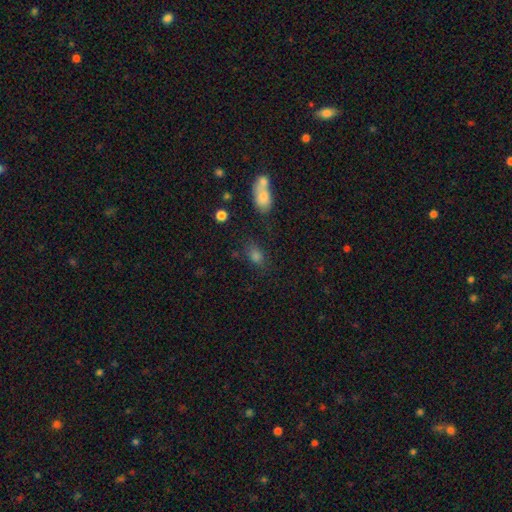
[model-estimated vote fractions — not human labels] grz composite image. It shows a smooth galaxy with no disk features (74%) that is in between round and cigar-shaped (75%). Merging: none (67%).